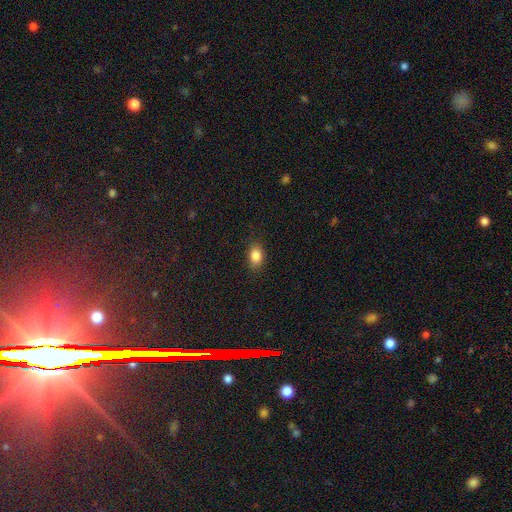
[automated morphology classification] smooth-or-featured: smooth: 85% | star or artifact: 9% | featured or disk: 5%
  how-rounded: in between: 78% | round: 21% | cigar-shaped: 2%
  merging: none: 85% | minor disturbance: 12% | major disturbance: 3% | merger: 1%